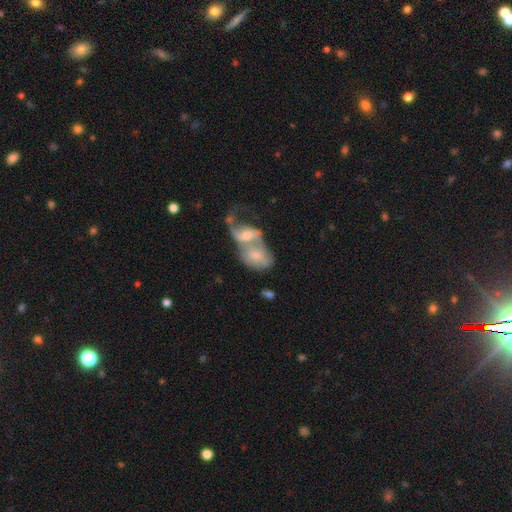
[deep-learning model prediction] Morphology: type=featured or disk (55%); edge-on=no (95%); bar=no (52%); spiral arms=yes (67%); bulge=moderate (47%); merging=merger (75%).